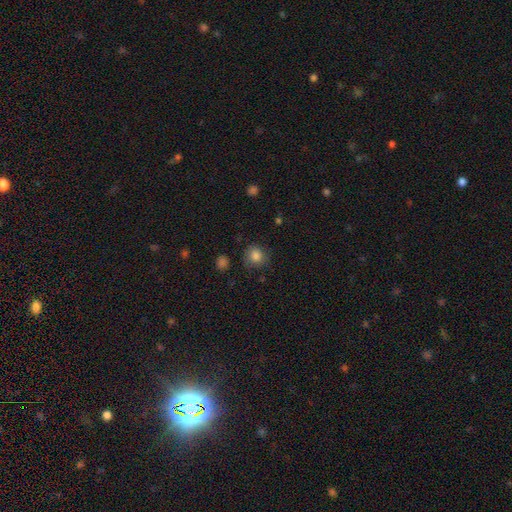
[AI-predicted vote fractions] smooth-or-featured: smooth: 83% | star or artifact: 11% | featured or disk: 6%
  how-rounded: round: 85% | in between: 14% | cigar-shaped: 1%
  merging: none: 76% | minor disturbance: 17% | major disturbance: 5% | merger: 2%